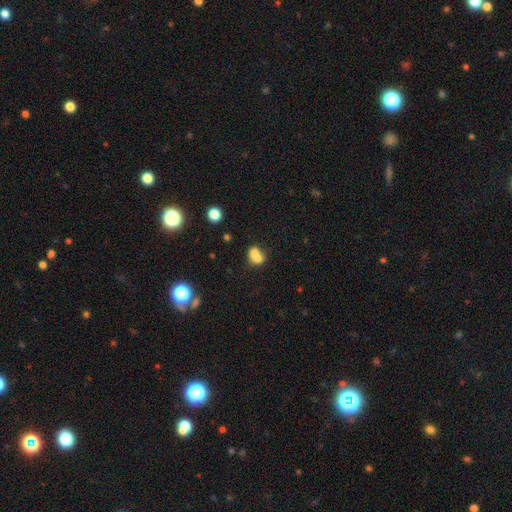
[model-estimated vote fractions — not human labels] Smooth or featured? Predicted: smooth (p=0.71). How rounded? Predicted: in between (p=0.50). Merging? Predicted: merger (p=0.63).